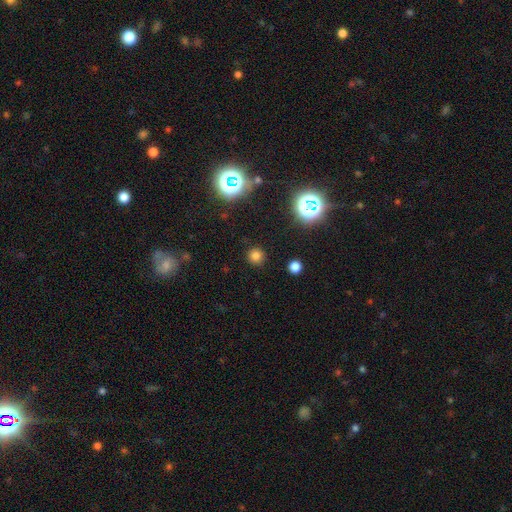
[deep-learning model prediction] A smooth galaxy with no disk features (76%) that is round (93%).

Vote fractions:
- Smooth or featured? smooth: 76% / star or artifact: 19% / featured or disk: 6%
- How rounded? round: 93% / in between: 6% / cigar-shaped: 1%
- Merging? none: 90% / minor disturbance: 6% / major disturbance: 2% / merger: 2%